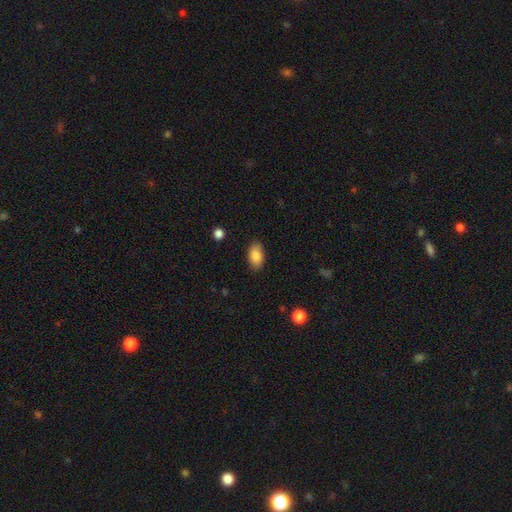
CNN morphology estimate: smooth_or_featured: smooth (p=0.86) [alt: star or artifact p=0.07]
how_rounded: in between (p=0.92) [alt: round p=0.06]
merging: none (p=0.86) [alt: minor disturbance p=0.11]